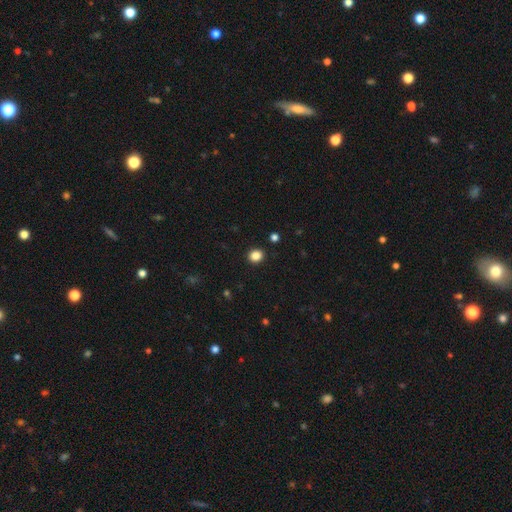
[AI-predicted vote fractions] smooth 85%, star or artifact 11%, featured or disk 3%. Down the decision tree: how rounded — round (74%); merging — none (91%).